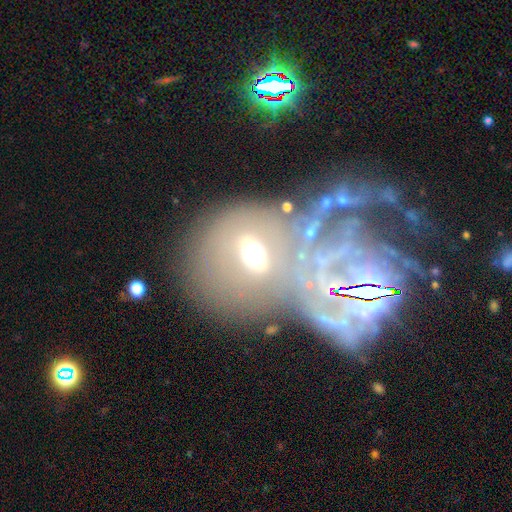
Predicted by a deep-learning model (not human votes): smooth-or-featured: featured or disk: 56% | smooth: 31% | star or artifact: 13%
  disk-edge-on: no: 92% | yes: 8%
    bar: no: 38% | weak: 33% | strong: 29%
    has-spiral-arms: no: 53% | yes: 47%
    bulge-size: moderate: 59% | small: 18% | large: 13% | none: 5% | dominant: 4%
  merging: merger: 41% | none: 29% | major disturbance: 17% | minor disturbance: 13%